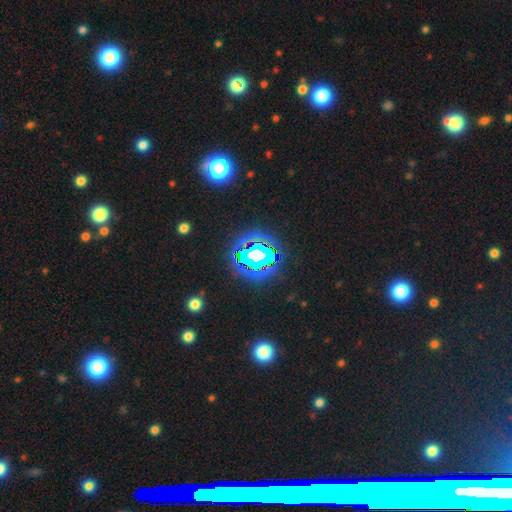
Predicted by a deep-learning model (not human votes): Smooth or featured? star or artifact (69%)